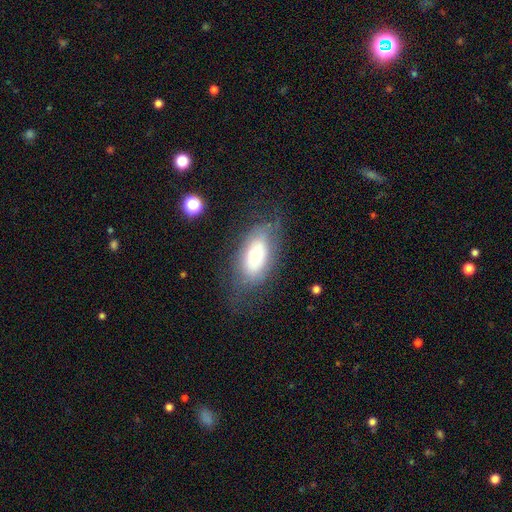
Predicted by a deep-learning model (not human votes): Q: Smooth or featured?
A: smooth (54%); runner-up: featured or disk (37%)
Q: How rounded?
A: in between (90%); runner-up: round (6%)
Q: Merging?
A: none (60%); runner-up: minor disturbance (22%)